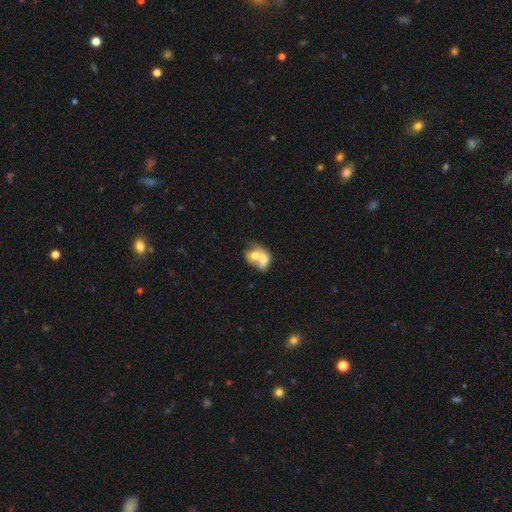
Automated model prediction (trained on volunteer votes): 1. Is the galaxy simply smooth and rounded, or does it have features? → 59% smooth, 33% featured or disk, 8% star or artifact.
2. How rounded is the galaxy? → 61% in between, 38% round, 1% cigar-shaped.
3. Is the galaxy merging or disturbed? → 69% merger, 16% none, 8% minor disturbance, 8% major disturbance.